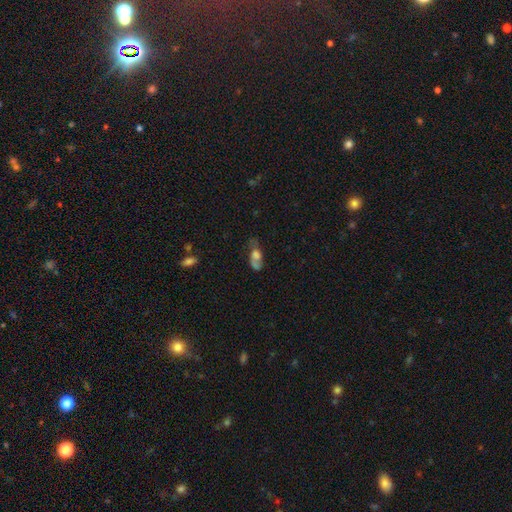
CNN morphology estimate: A smooth galaxy with no disk features (52%) that is in between round and cigar-shaped (75%).

Vote fractions:
- Smooth or featured? smooth: 52% / featured or disk: 35% / star or artifact: 13%
- How rounded? in between: 75% / round: 13% / cigar-shaped: 12%
- Merging? none: 33% / major disturbance: 28% / minor disturbance: 21% / merger: 19%